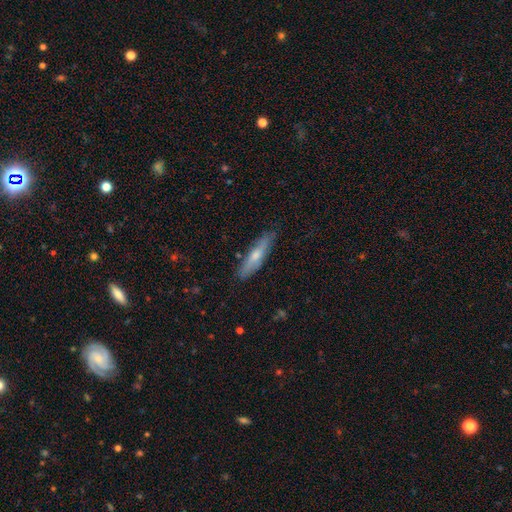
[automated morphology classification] Q: Smooth or featured?
A: smooth (55%); runner-up: featured or disk (38%)
Q: How rounded?
A: cigar-shaped (80%); runner-up: in between (18%)
Q: Merging?
A: none (84%); runner-up: minor disturbance (13%)